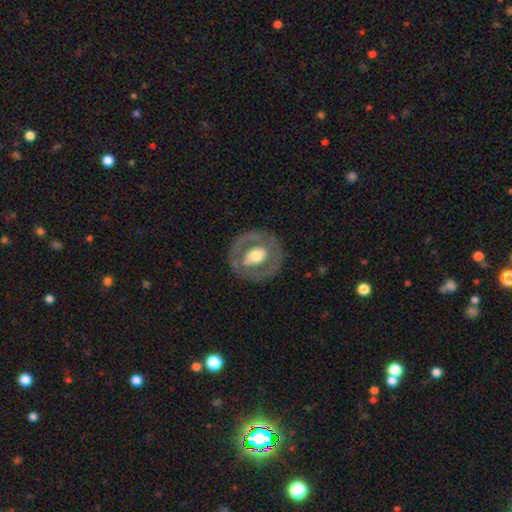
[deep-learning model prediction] A featured or disk galaxy (60%) with no bar (56%), no spiral arms (79%) and a moderate central bulge (61%). Merging: none (80%).